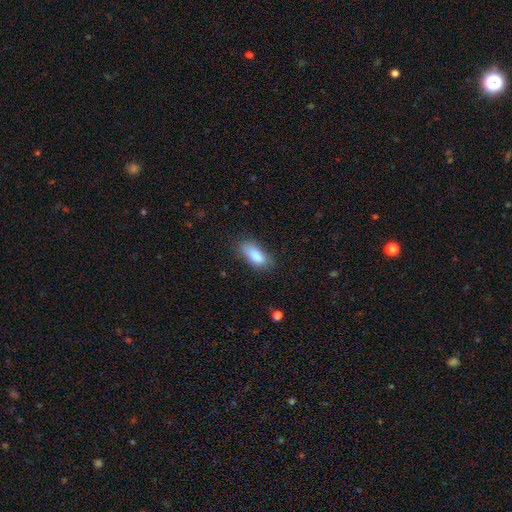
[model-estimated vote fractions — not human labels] Smooth or featured? Predicted: smooth (p=0.85). How rounded? Predicted: in between (p=0.84). Merging? Predicted: none (p=0.72).